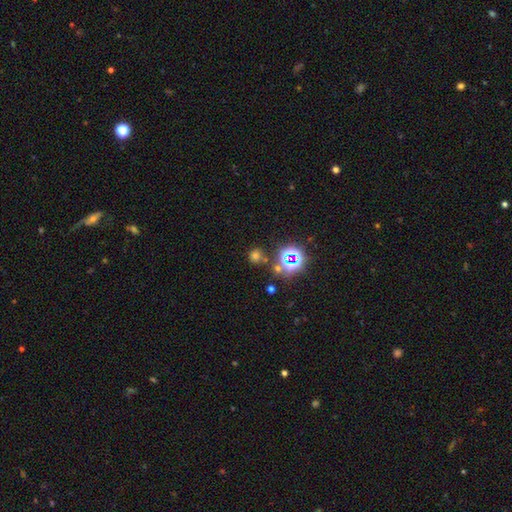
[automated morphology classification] Smooth or featured: smooth — 51% (star or artifact — 42%)
How rounded: round — 86% (in between — 13%)
Merging: none — 77% (minor disturbance — 10%)